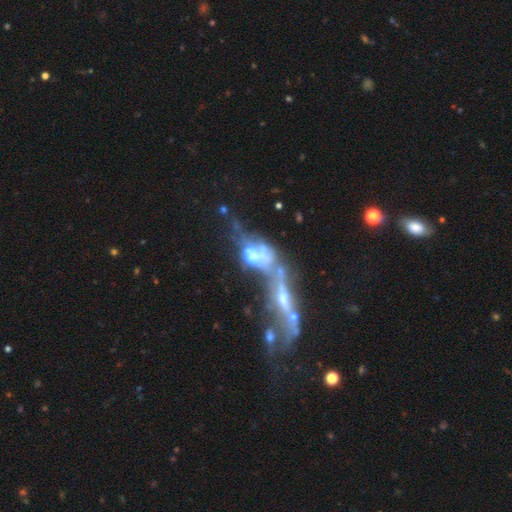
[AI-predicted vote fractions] A featured or disk galaxy (60%) with no bar (84%), no spiral arms (85%) and no central bulge (36%). Merging: merger (67%).